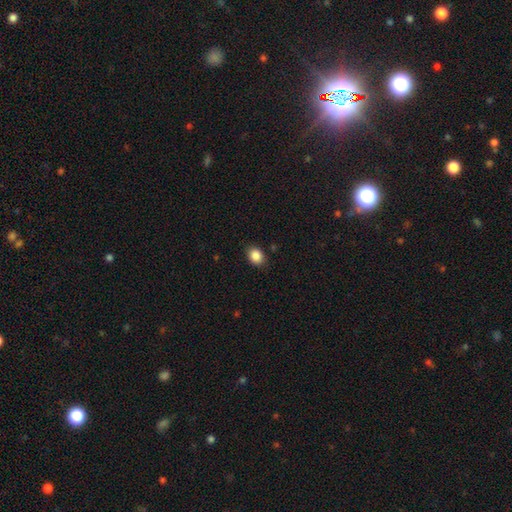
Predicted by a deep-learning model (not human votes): smooth 87%, star or artifact 9%, featured or disk 4%. Down the decision tree: how rounded — in between (56%); merging — none (86%).